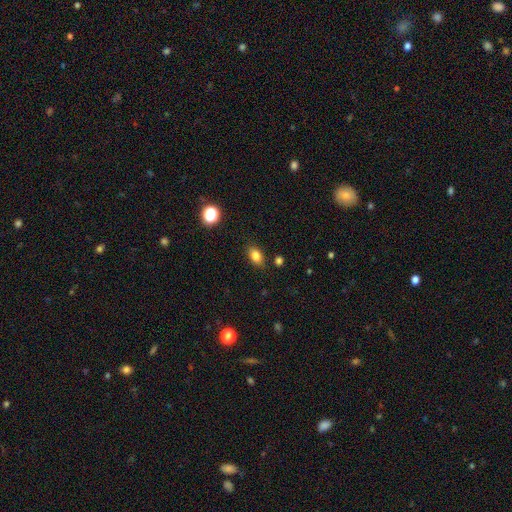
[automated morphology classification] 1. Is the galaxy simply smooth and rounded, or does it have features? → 82% smooth, 11% star or artifact, 7% featured or disk.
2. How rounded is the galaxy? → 82% in between, 15% round, 2% cigar-shaped.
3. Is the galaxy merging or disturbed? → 84% none, 11% minor disturbance, 3% major disturbance, 2% merger.